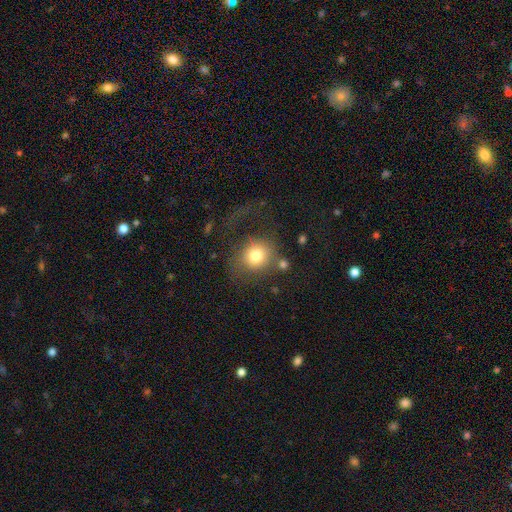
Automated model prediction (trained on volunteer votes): Q: Smooth or featured?
A: smooth (76%); runner-up: featured or disk (14%)
Q: How rounded?
A: round (78%); runner-up: in between (21%)
Q: Merging?
A: none (47%); runner-up: major disturbance (29%)